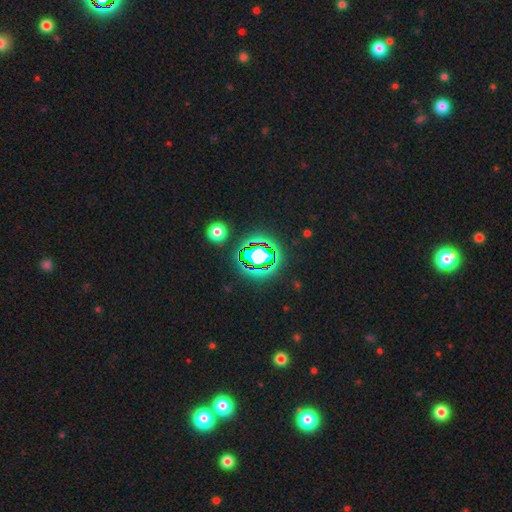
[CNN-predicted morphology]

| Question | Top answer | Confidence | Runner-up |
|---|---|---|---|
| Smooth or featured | star or artifact | 71% | smooth (17%) |